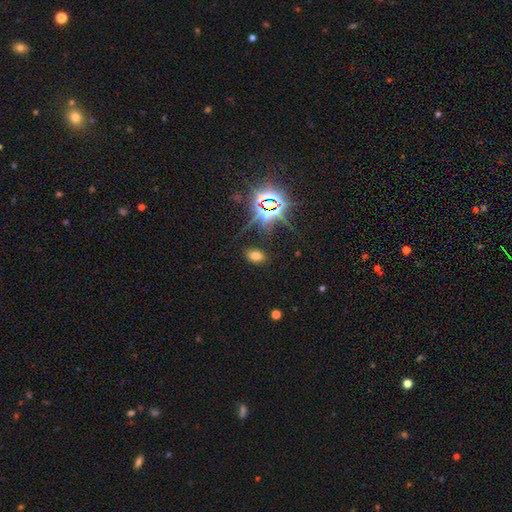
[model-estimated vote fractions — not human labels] Smooth or featured: smooth — 59% (star or artifact — 32%)
How rounded: in between — 88% (round — 10%)
Merging: none — 85% (minor disturbance — 9%)